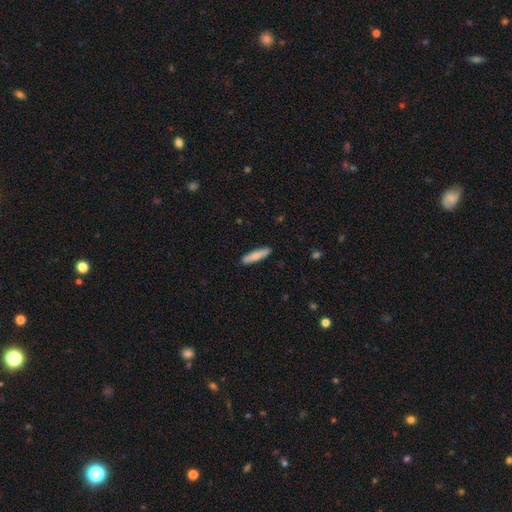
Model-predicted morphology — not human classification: A smooth galaxy with no disk features (79%) that is cigar-shaped (82%). Merging: none (89%).